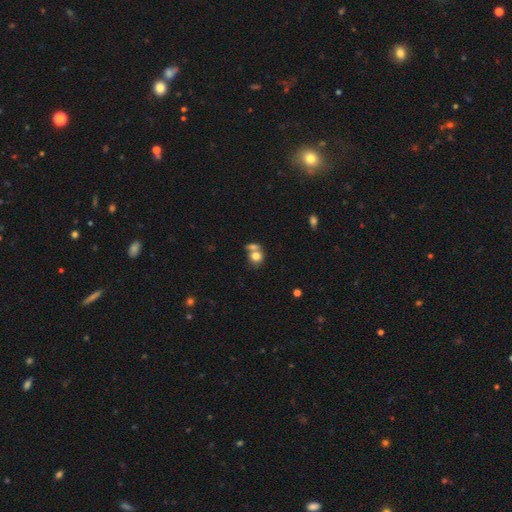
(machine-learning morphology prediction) The model was most divided on "merging": merger: 46%, none: 38%, minor disturbance: 10%, major disturbance: 6%. More confident: smooth or featured — smooth (77%); how rounded — round (69%).